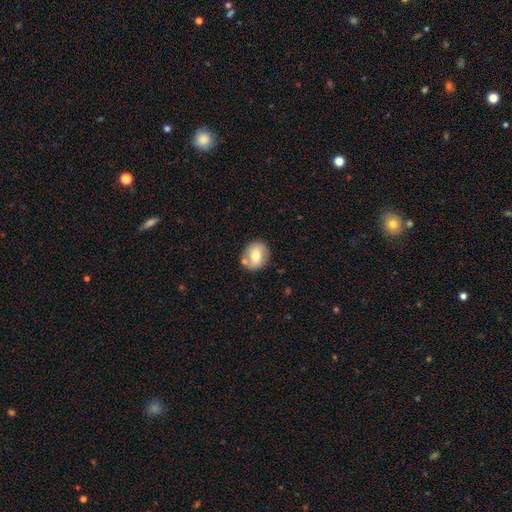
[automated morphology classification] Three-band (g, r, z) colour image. It shows a smooth galaxy with no disk features (57%) that is round (66%). Merging: none (74%).